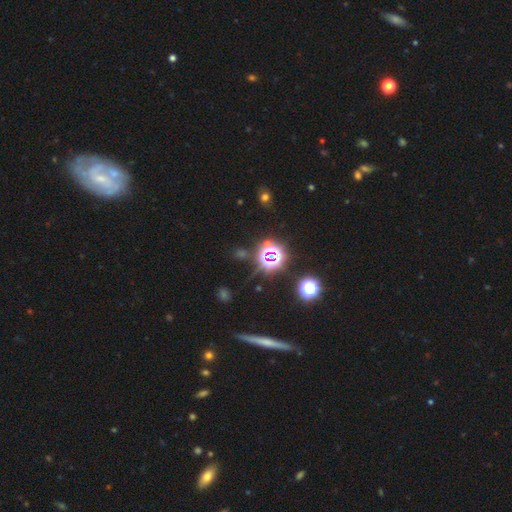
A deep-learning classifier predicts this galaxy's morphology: Smooth or featured? Predicted: star or artifact (p=0.48).